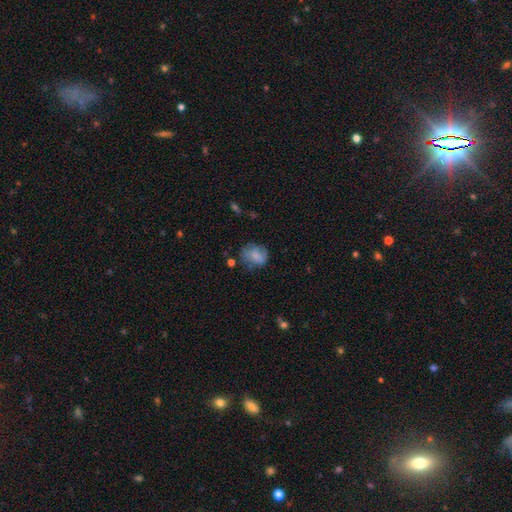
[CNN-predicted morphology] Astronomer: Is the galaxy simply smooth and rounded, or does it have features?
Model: smooth — 74%.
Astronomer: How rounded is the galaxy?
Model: round — 51% (runner-up: in between, 48%).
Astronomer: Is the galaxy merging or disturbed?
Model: none — 56%.